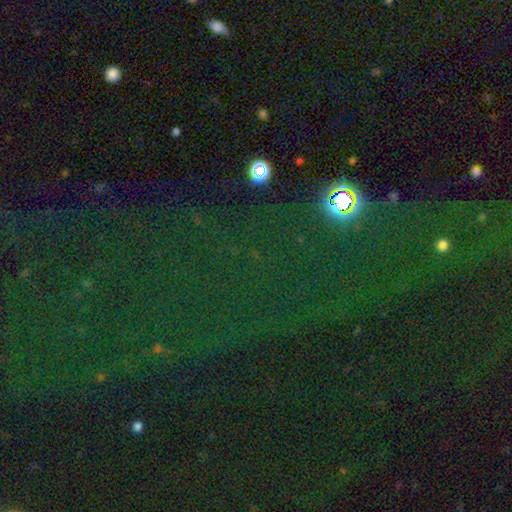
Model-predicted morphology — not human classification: smooth_or_featured: star or artifact (p=0.80) [alt: smooth p=0.12]